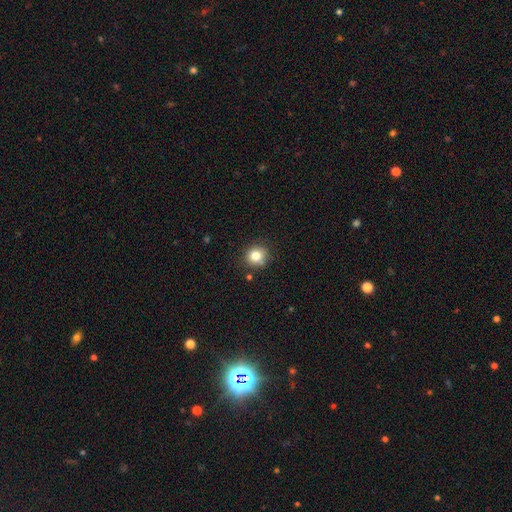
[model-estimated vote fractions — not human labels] Smooth or featured? smooth (80%)
How rounded? round (87%)
Merging? none (82%)